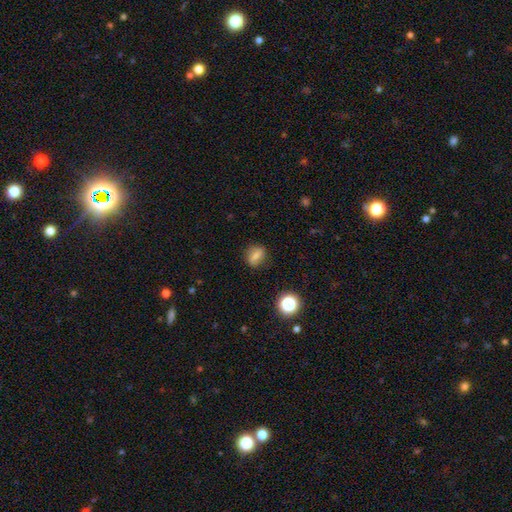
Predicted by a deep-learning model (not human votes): This is likely a smooth galaxy (65%). How rounded: possibly in between (50%). Merging: clearly none (81%).